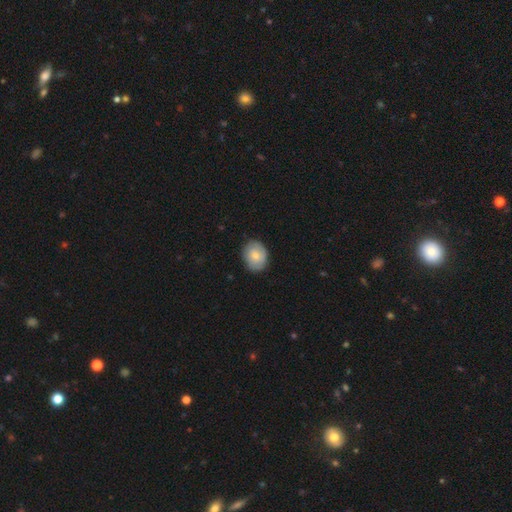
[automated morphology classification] Overall: smooth (66%; featured or disk 27%). How rounded: round (50%; in between 49%). Merging: none (82%).